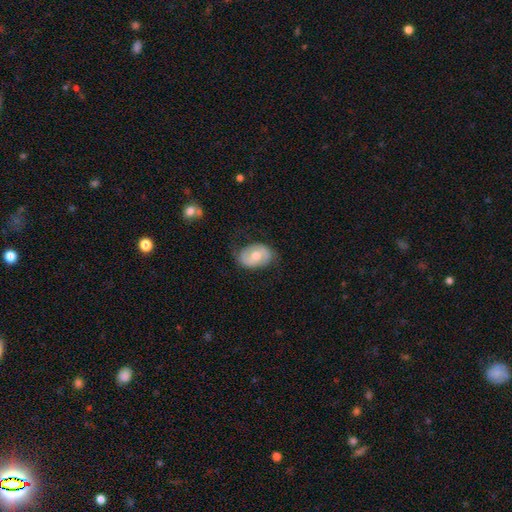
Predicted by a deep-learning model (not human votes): Morphology: type=featured or disk (47%); merging=none (70%).